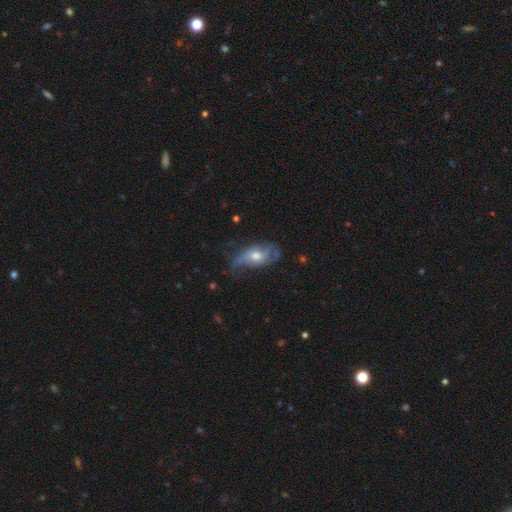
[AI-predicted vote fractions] Overall: featured or disk (63%; smooth 29%). Edge-on disk: no (90%). Bar: no (71%). Spiral arms: yes (80%). Bulge size: moderate (66%). Merging: none (49%; minor disturbance 31%).